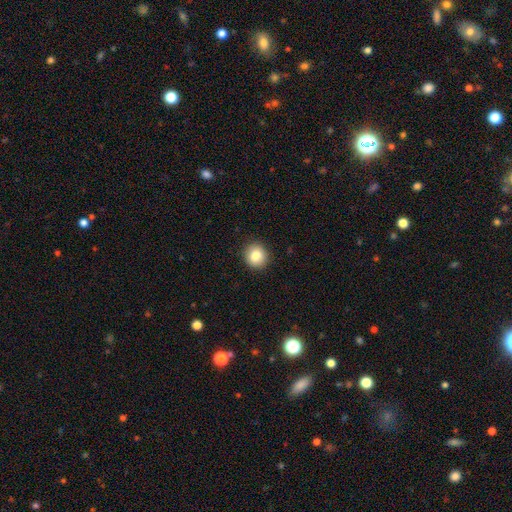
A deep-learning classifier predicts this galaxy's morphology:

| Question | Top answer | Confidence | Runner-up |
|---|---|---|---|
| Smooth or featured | smooth | 85% | star or artifact (9%) |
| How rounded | round | 85% | in between (14%) |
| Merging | none | 91% | minor disturbance (7%) |